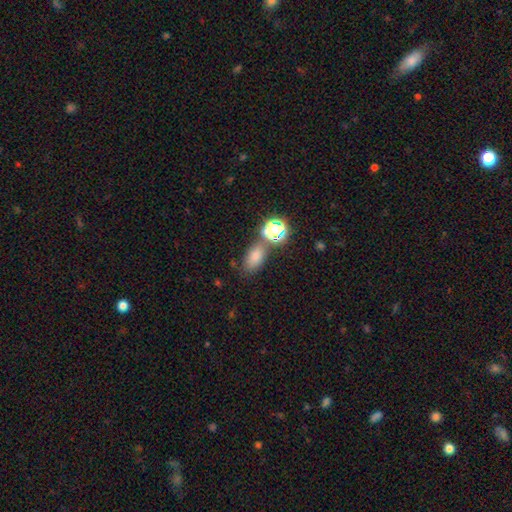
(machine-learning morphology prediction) This is likely a smooth galaxy (66%). How rounded: likely in between (78%). Merging: likely none (70%).